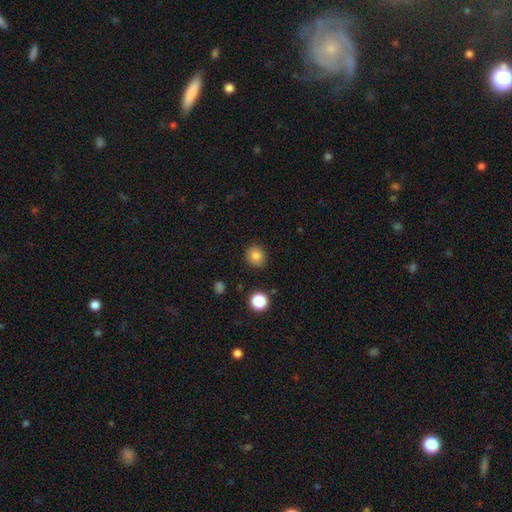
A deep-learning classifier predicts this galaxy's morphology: A smooth galaxy with no disk features (81%) that is round (78%). Merging: none (89%).